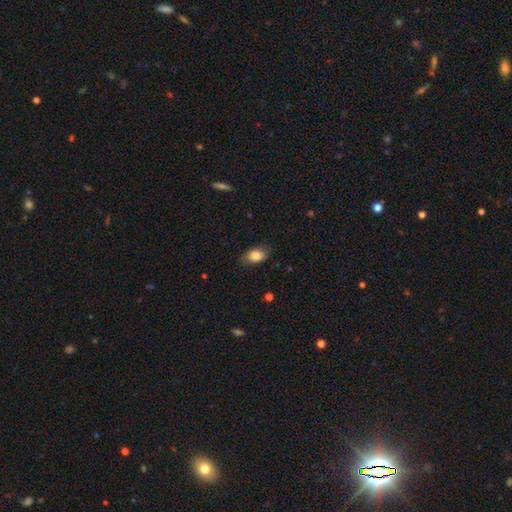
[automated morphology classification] Smooth or featured? smooth (82%)
How rounded? in between (87%)
Merging? none (79%)